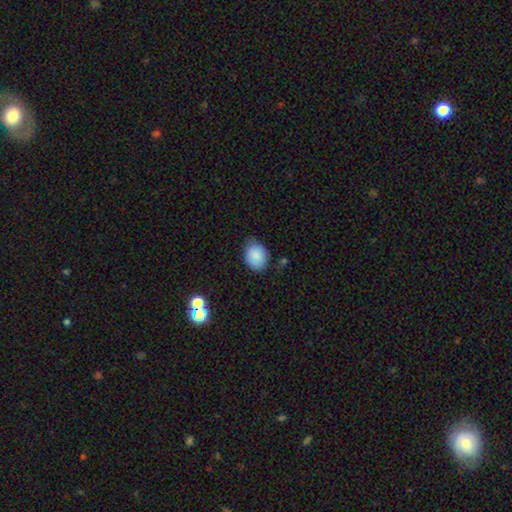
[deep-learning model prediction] smooth 87%, star or artifact 8%, featured or disk 5%. Down the decision tree: how rounded — in between (58%); merging — none (67%).